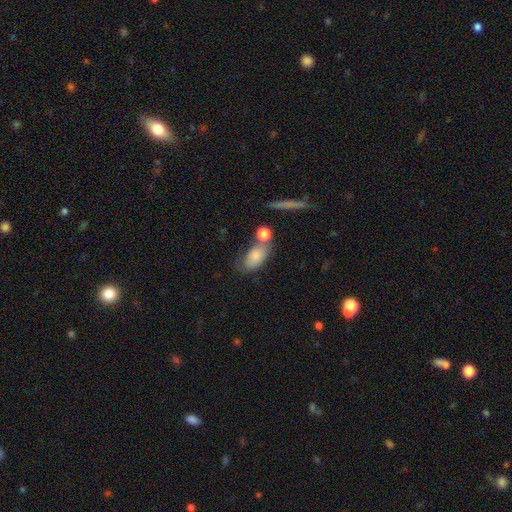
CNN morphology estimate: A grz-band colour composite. It shows a smooth galaxy with no disk features (77%) that is in between round and cigar-shaped (88%). Merging: none (48%).